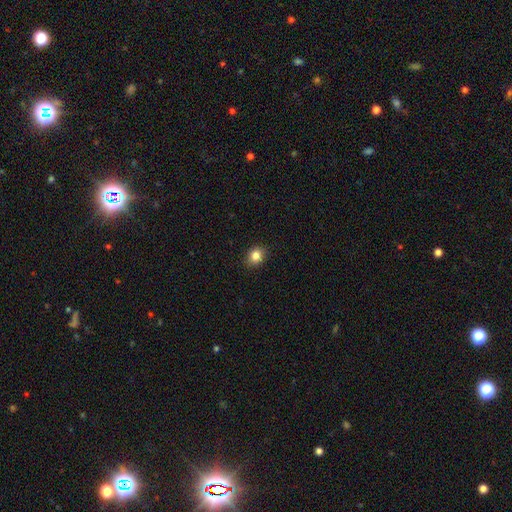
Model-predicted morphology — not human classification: Smooth or featured?
  - smooth: 84% *
  - star or artifact: 11%
  - featured or disk: 6%
How rounded?
  - round: 54% *
  - in between: 45%
  - cigar-shaped: 1%
Merging?
  - none: 88% *
  - minor disturbance: 9%
  - major disturbance: 2%
  - merger: 1%